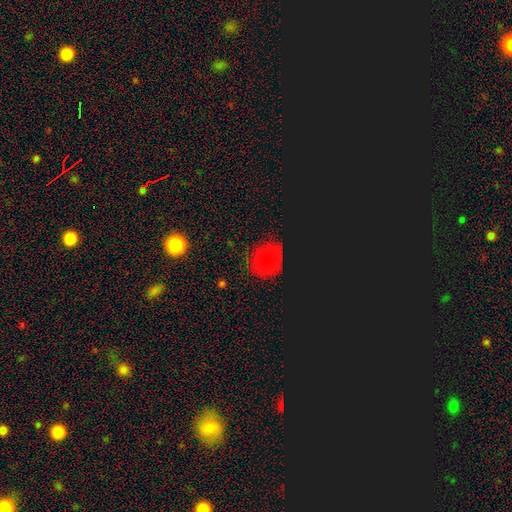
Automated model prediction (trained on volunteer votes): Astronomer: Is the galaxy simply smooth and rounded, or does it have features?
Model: smooth — 59%.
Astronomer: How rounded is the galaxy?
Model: round — 81%.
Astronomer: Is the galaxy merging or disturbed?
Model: none — 76%.